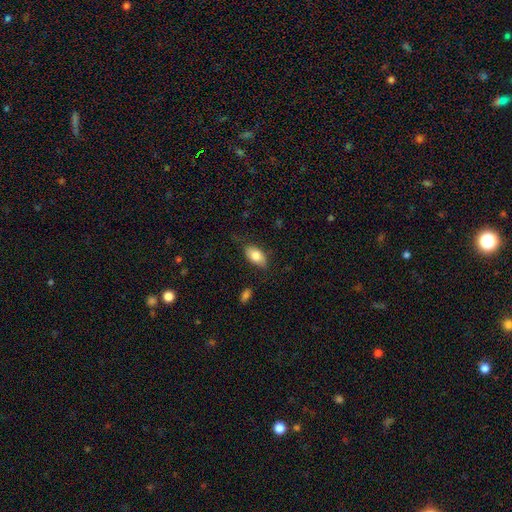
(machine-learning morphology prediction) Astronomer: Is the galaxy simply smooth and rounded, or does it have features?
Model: smooth — 81%.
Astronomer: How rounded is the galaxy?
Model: in between — 91%.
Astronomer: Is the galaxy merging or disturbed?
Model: none — 75%.